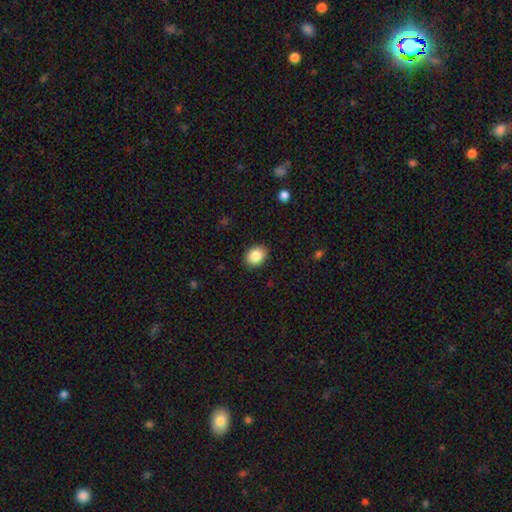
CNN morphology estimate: smooth-or-featured: smooth: 86% | star or artifact: 9% | featured or disk: 6%
  how-rounded: in between: 51% | round: 48% | cigar-shaped: 1%
  merging: none: 89% | minor disturbance: 8% | major disturbance: 2% | merger: 1%